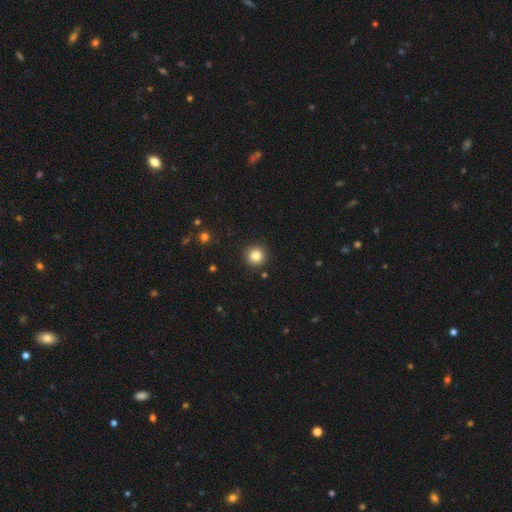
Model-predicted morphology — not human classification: type=smooth (83%); roundness=round (96%); merging=none (92%).